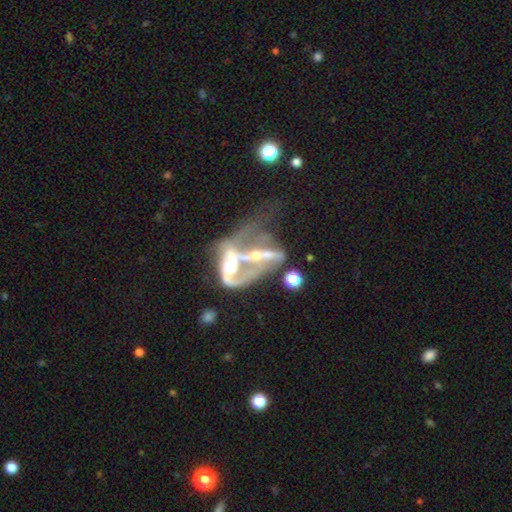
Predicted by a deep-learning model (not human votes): featured or disk 77%, smooth 13%, star or artifact 10%. Down the decision tree: edge-on disk — no (86%); bar — no (44%); spiral arms — yes (60%); bulge size — moderate (50%); merging — merger (70%).